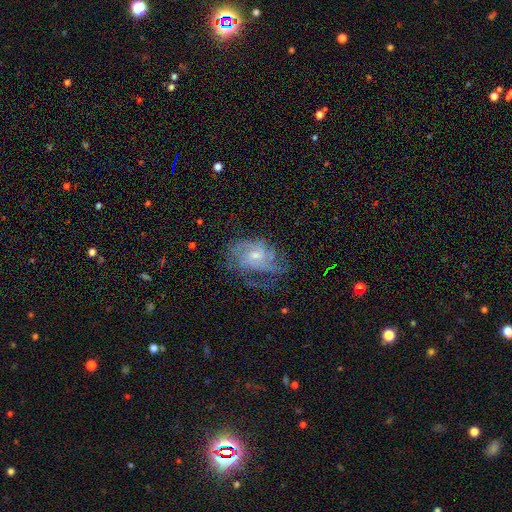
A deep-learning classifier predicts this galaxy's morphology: The model was most divided on "spiral winding": tight: 44%, medium: 41%, loose: 15%. Remaining: edge-on disk — no (97%); spiral arms — yes (92%); smooth or featured — featured or disk (80%); bar — no (58%); merging — none (57%); bulge size — small (56%); spiral arm count — can't tell (33%).